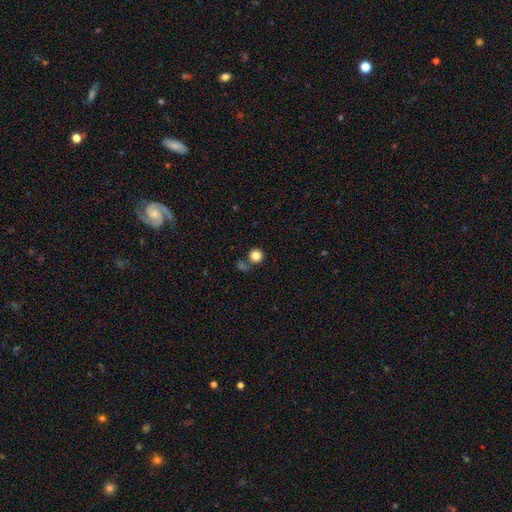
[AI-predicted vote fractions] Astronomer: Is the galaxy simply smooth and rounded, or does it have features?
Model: smooth — 83%.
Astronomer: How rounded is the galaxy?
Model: round — 93%.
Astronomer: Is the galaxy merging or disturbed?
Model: none — 74%.